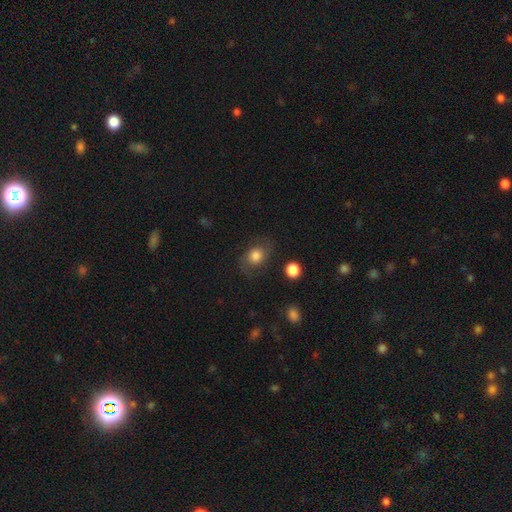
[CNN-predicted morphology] smooth_or_featured: smooth (p=0.68) [alt: featured or disk p=0.23]
how_rounded: round (p=0.50) [alt: in between p=0.49]
merging: none (p=0.72) [alt: minor disturbance p=0.17]